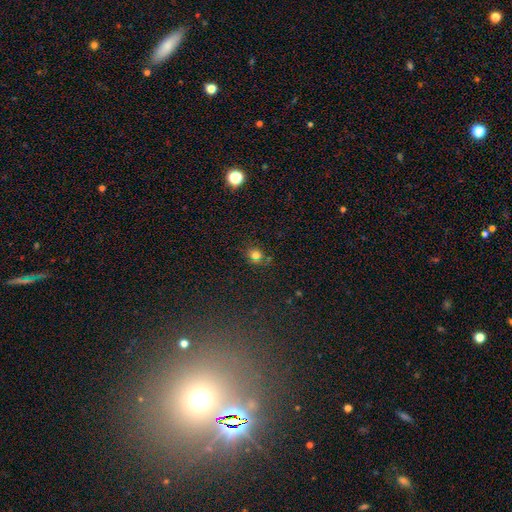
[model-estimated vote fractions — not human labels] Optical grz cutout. It shows a smooth galaxy with no disk features (75%) that is round (76%). Merging: none (76%).